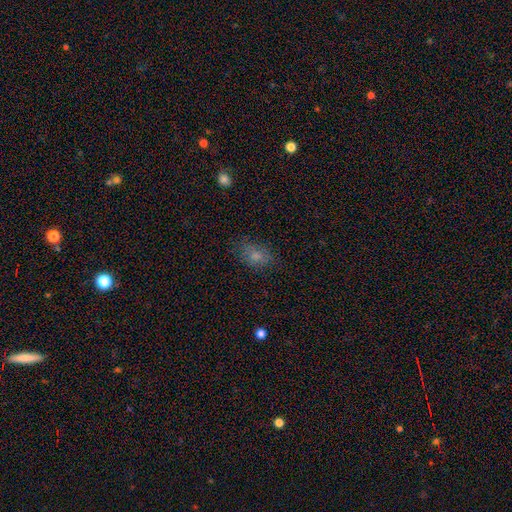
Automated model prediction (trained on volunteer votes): A smooth galaxy with no disk features (74%) that is in between round and cigar-shaped (80%). Merging: none (70%).